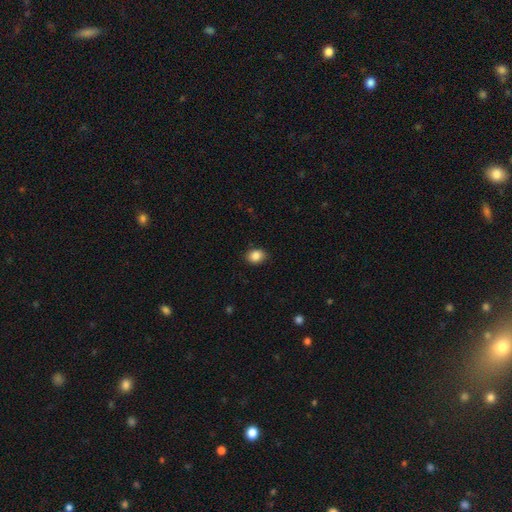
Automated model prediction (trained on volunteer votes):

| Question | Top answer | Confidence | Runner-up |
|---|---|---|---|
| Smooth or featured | smooth | 87% | star or artifact (9%) |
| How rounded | in between | 58% | round (41%) |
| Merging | none | 87% | minor disturbance (10%) |